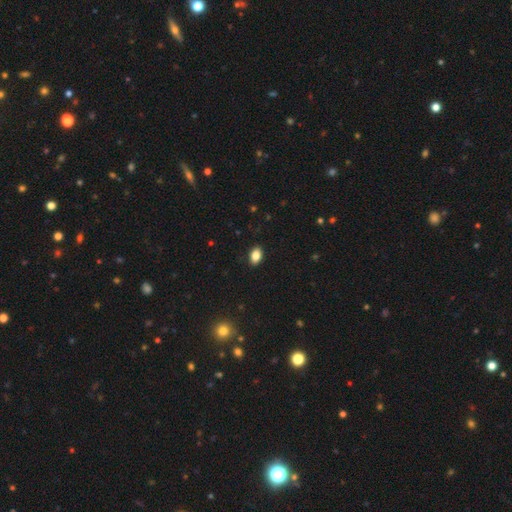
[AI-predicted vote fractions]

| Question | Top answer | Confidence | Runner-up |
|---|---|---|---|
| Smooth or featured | smooth | 85% | star or artifact (9%) |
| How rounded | in between | 87% | round (12%) |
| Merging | none | 89% | minor disturbance (8%) |